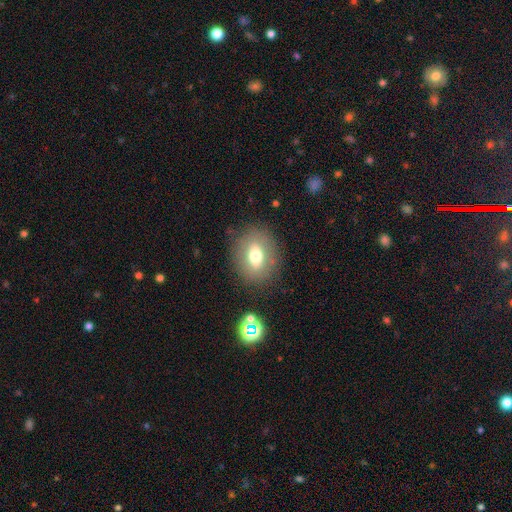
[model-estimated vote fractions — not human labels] Smooth or featured? Predicted: smooth (p=0.55). How rounded? Predicted: round (p=0.51). Merging? Predicted: none (p=0.84).